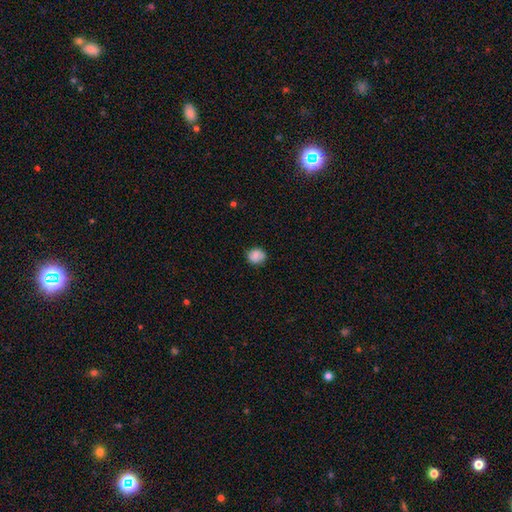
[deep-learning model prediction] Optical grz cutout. It shows a smooth galaxy with no disk features (81%) that is round (74%). Merging: none (79%).